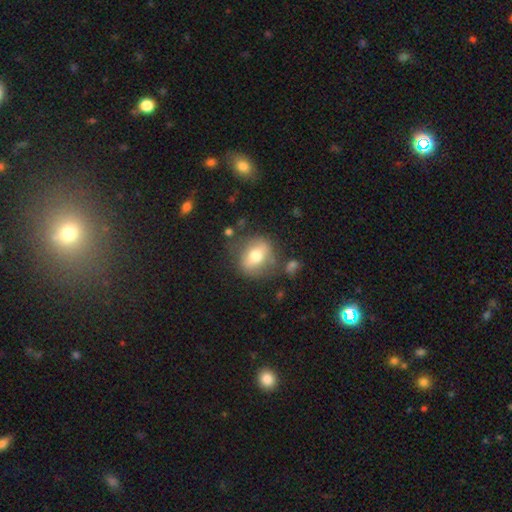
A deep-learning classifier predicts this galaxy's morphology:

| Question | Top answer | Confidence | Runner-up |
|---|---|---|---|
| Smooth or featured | smooth | 55% | featured or disk (37%) |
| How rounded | round | 60% | in between (37%) |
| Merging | none | 71% | minor disturbance (17%) |